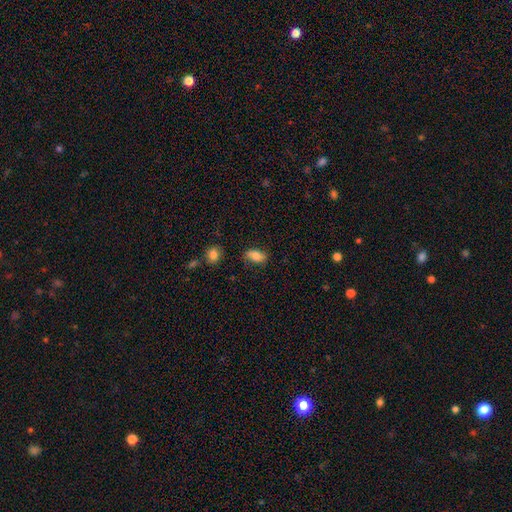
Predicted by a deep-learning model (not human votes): This is likely a smooth galaxy (80%). How rounded: clearly in between (89%). Merging: likely none (77%).